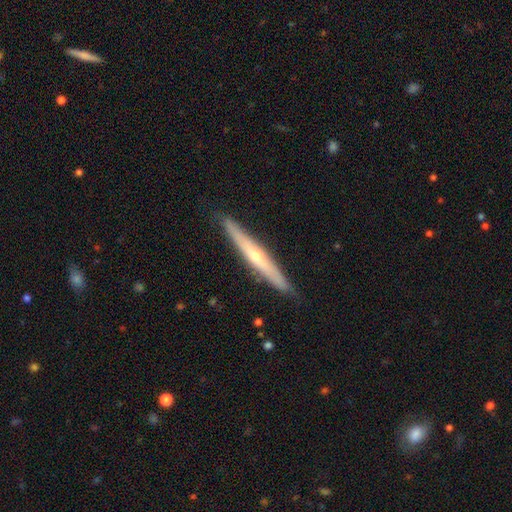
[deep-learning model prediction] Smooth or featured: featured or disk — 65% (smooth — 29%)
Edge-on disk: yes — 94% (no — 6%)
Edge-on bulge: rounded — 78% (none — 19%)
Merging: none — 89% (minor disturbance — 8%)